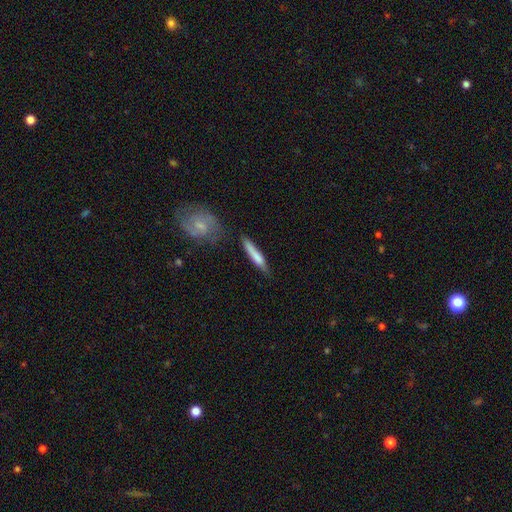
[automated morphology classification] type=smooth (68%); roundness=cigar-shaped (89%); merging=none (67%).